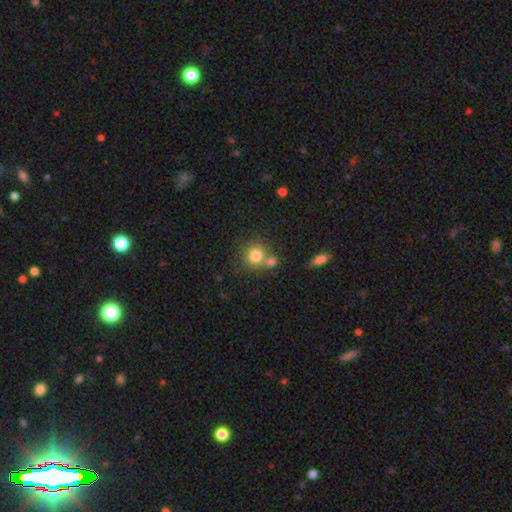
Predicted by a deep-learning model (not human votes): Overall: smooth (79%). How rounded: round (85%). Merging: none (54%; merger 33%).